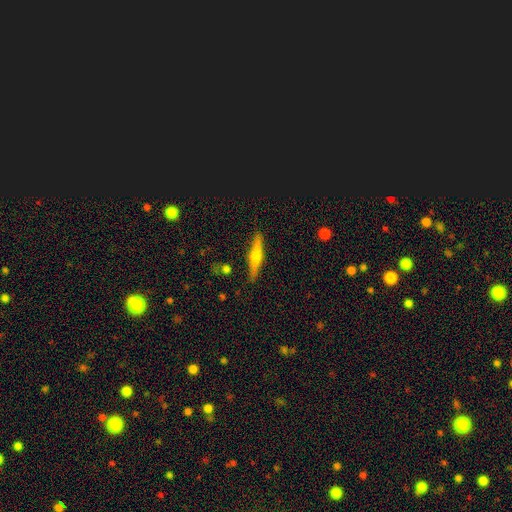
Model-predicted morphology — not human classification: A featured or disk galaxy (52%) viewed edge-on (96%) with a rounded central bulge (81%).

Vote fractions:
- Smooth or featured? featured or disk: 52% / smooth: 41% / star or artifact: 6%
- Edge-on disk? yes: 96% / no: 4%
- Edge-on bulge? rounded: 81% / none: 11% / boxy: 8%
- Merging? none: 89% / minor disturbance: 8% / major disturbance: 2% / merger: 2%